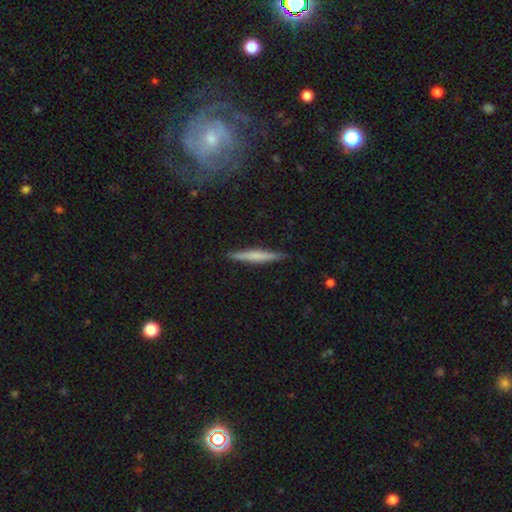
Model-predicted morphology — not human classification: type=smooth (54%); roundness=cigar-shaped (95%); merging=none (89%).